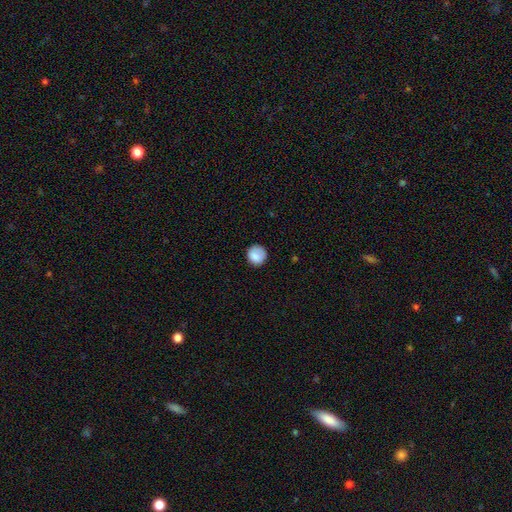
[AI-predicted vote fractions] The model was most divided on "merging": none: 81%, minor disturbance: 14%, major disturbance: 4%, merger: 1%. More confident: how rounded — round (91%); smooth or featured — smooth (85%).